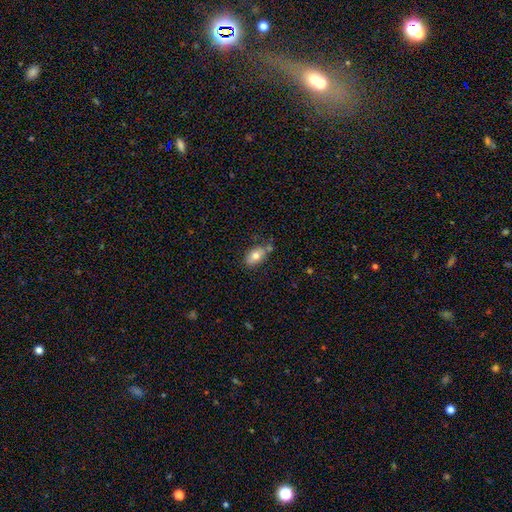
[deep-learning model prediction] Overall: smooth (78%). How rounded: in between (90%). Merging: none (64%).